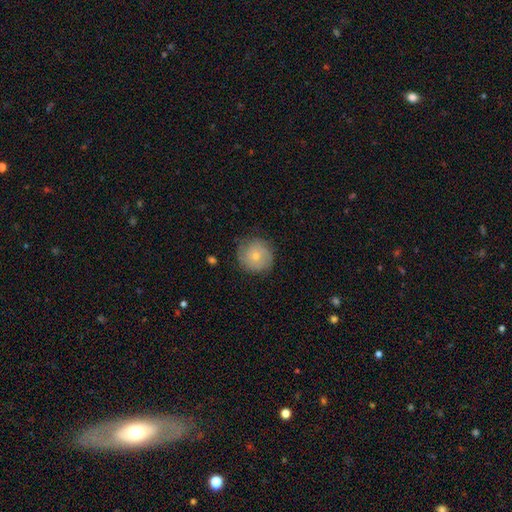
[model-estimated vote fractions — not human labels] Overall: smooth (65%; featured or disk 27%). How rounded: round (93%). Merging: none (79%).